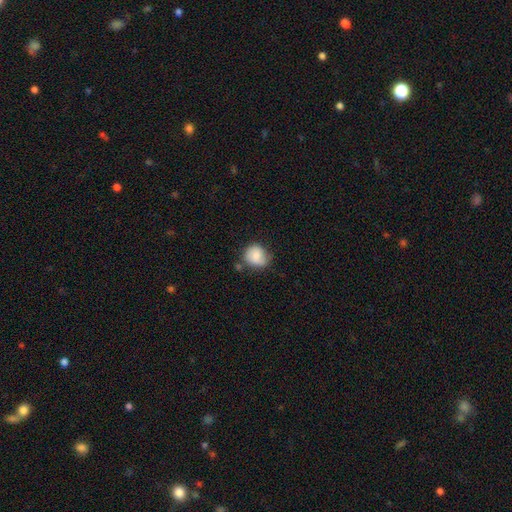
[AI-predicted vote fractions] Morphology: type=smooth (79%); roundness=round (74%); merging=none (56%).